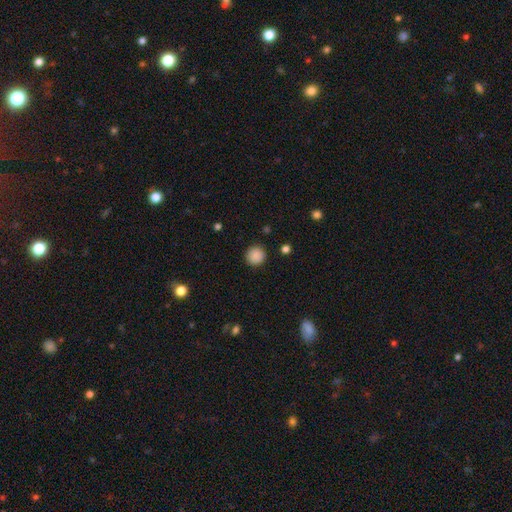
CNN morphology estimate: smooth_or_featured: smooth (p=0.88) [alt: star or artifact p=0.09]
how_rounded: round (p=0.94) [alt: in between p=0.05]
merging: none (p=0.91) [alt: minor disturbance p=0.06]